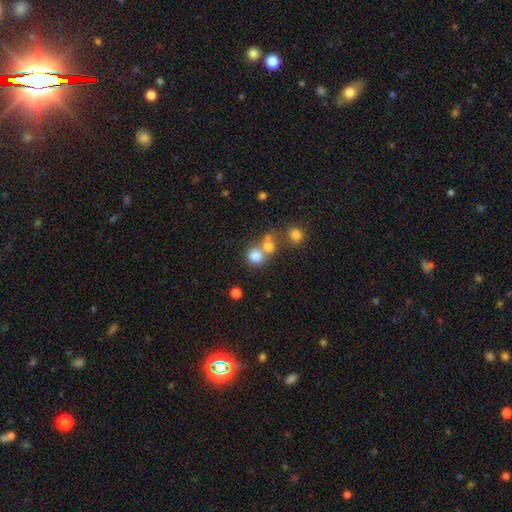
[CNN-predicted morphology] Overall: smooth (77%). How rounded: round (86%). Merging: none (48%; merger 40%).